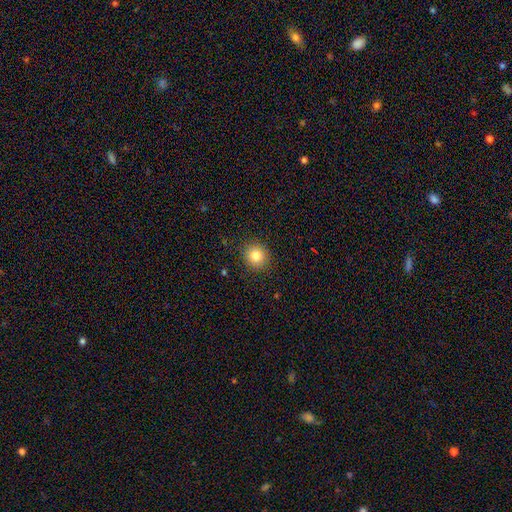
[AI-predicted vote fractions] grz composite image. It shows a smooth galaxy with no disk features (83%) that is round (87%). Merging: none (90%).